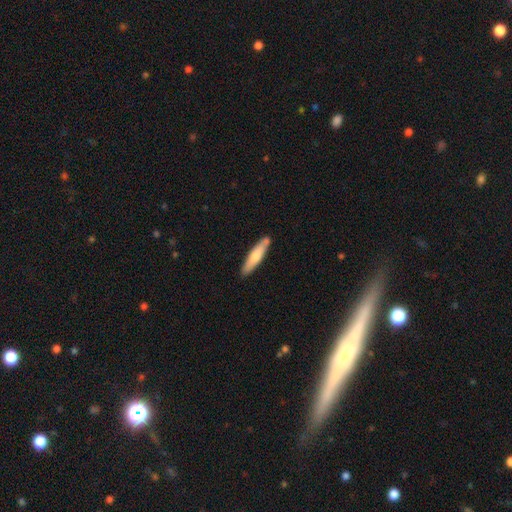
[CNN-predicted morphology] smooth 66%, featured or disk 29%, star or artifact 5%. Down the decision tree: how rounded — cigar-shaped (84%); merging — none (83%).